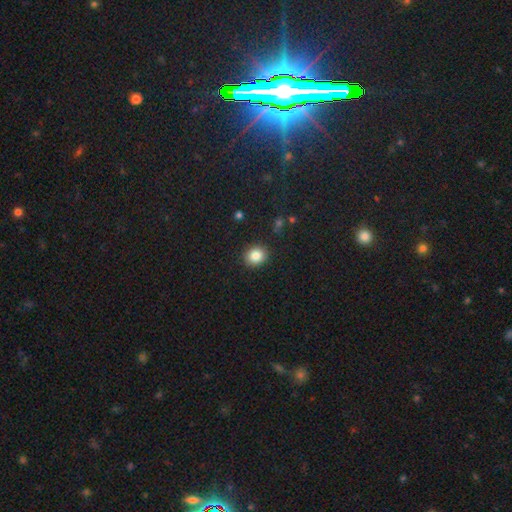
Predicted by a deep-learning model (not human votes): Morphology: type=smooth (85%); roundness=round (75%); merging=none (90%).